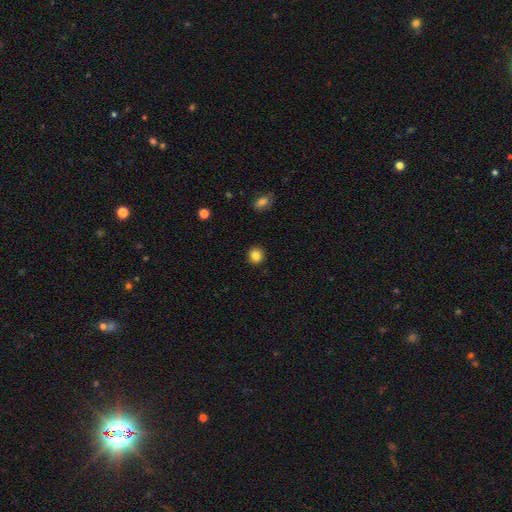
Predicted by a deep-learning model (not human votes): This is clearly a smooth galaxy (84%). How rounded: clearly round (90%). Merging: clearly none (92%).